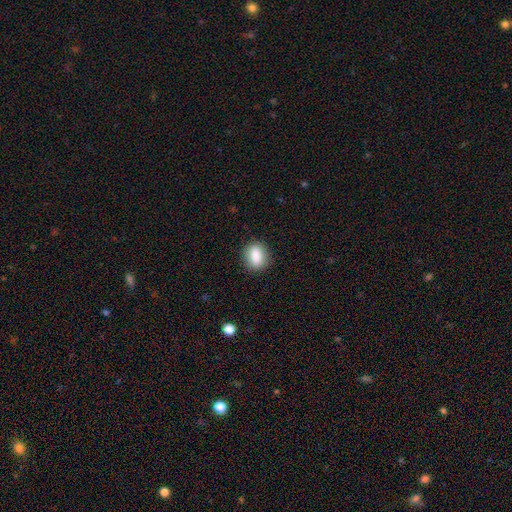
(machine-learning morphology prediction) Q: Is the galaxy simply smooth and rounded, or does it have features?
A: smooth — 86%.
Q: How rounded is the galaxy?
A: in between — 56%.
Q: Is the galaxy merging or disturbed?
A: none — 87%.